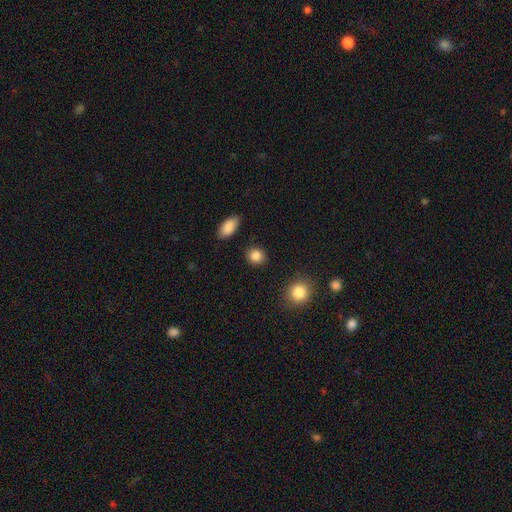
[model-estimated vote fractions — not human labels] smooth 87%, star or artifact 9%, featured or disk 4%. Down the decision tree: how rounded — round (81%); merging — none (89%).